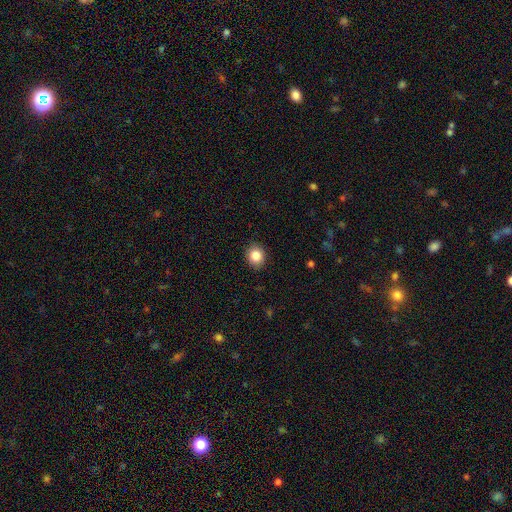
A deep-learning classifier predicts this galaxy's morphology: Q: Smooth or featured?
A: smooth (85%); runner-up: star or artifact (9%)
Q: How rounded?
A: round (75%); runner-up: in between (24%)
Q: Merging?
A: none (90%); runner-up: minor disturbance (7%)